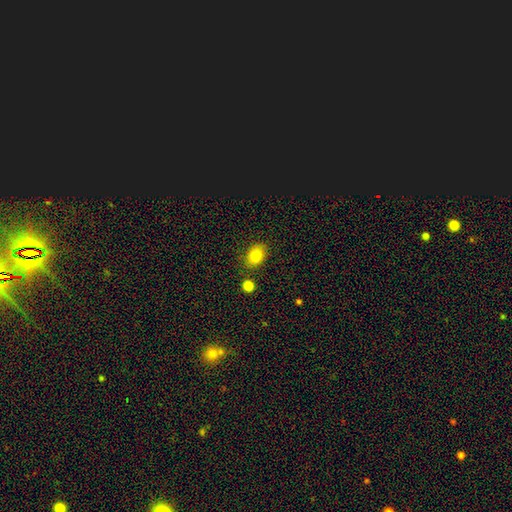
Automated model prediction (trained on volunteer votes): The model was most divided on "how rounded": in between: 68%, round: 31%, cigar-shaped: 1%. More confident: smooth or featured — smooth (83%); merging — none (82%).